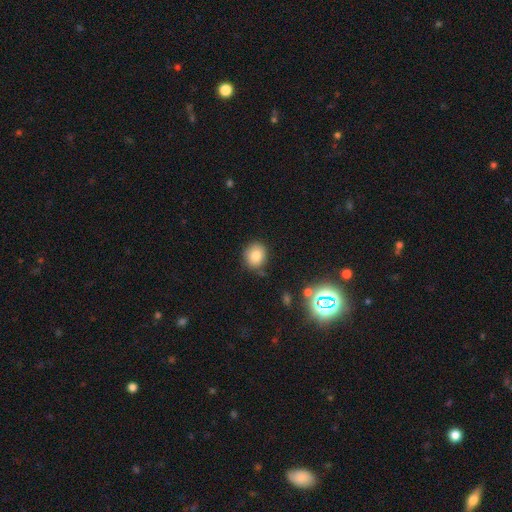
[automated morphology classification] type=smooth (81%); roundness=round (75%); merging=none (79%).